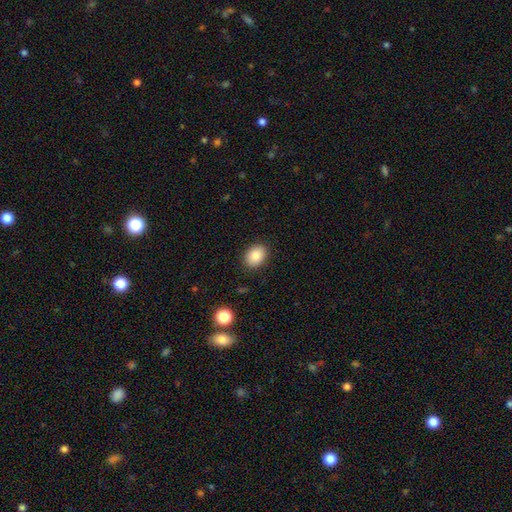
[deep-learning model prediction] smooth_or_featured: smooth (p=0.85) [alt: star or artifact p=0.09]
how_rounded: in between (p=0.66) [alt: round p=0.33]
merging: none (p=0.88) [alt: minor disturbance p=0.08]